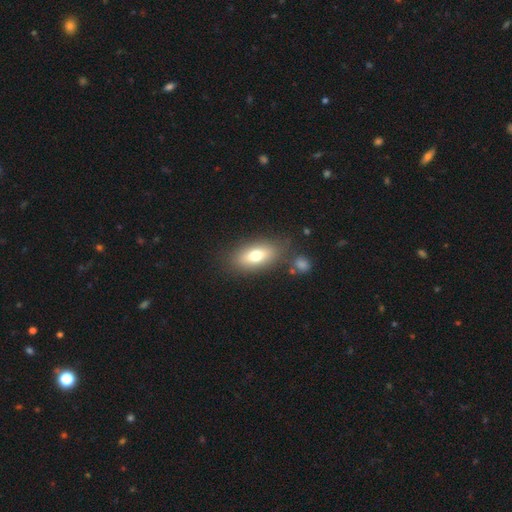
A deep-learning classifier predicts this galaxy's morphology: Smooth or featured? smooth (72%)
How rounded? in between (84%)
Merging? none (77%)